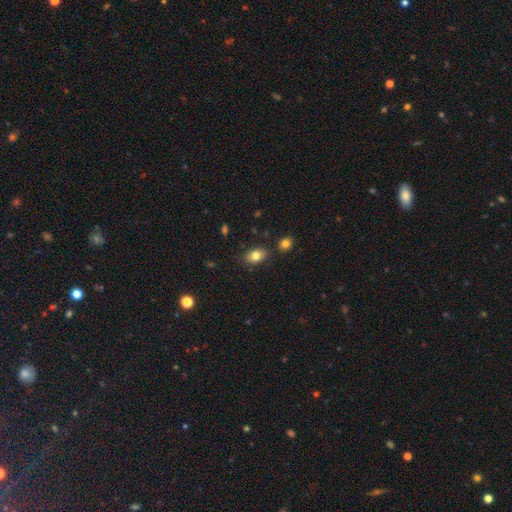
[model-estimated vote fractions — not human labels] Overall: smooth (81%). How rounded: in between (83%). Merging: none (81%).